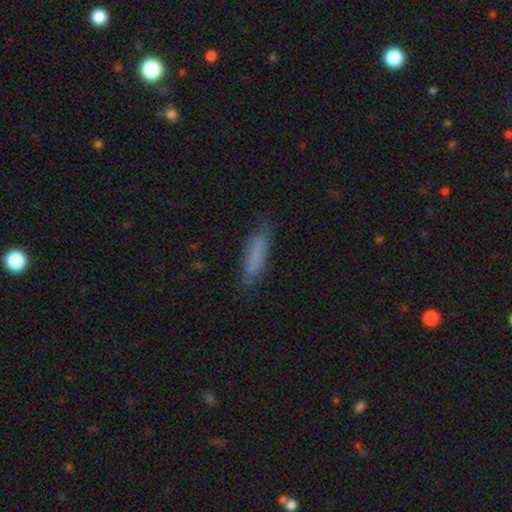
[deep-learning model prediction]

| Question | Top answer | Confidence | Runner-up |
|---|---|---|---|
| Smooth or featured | smooth | 75% | featured or disk (17%) |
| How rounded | cigar-shaped | 75% | in between (23%) |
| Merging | none | 76% | minor disturbance (18%) |